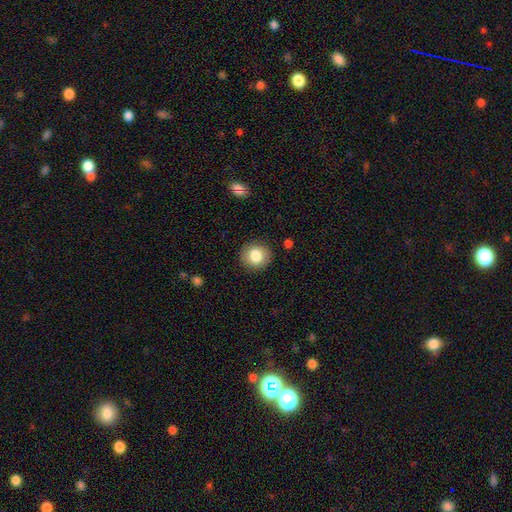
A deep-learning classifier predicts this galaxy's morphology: Q: Smooth or featured?
A: smooth (83%); runner-up: featured or disk (9%)
Q: How rounded?
A: round (86%); runner-up: in between (13%)
Q: Merging?
A: none (89%); runner-up: minor disturbance (8%)